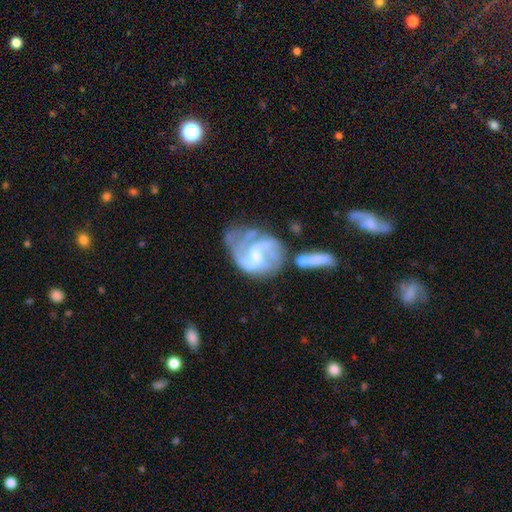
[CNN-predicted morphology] Smooth or featured: featured or disk — 85% (smooth — 9%)
Edge-on disk: no — 98% (yes — 2%)
Bar: weak — 53% (no — 27%)
Spiral arms: yes — 93% (no — 7%)
Spiral winding: medium — 47% (loose — 35%)
Spiral arm count: 2 — 63% (can't tell — 13%)
Bulge size: small — 39% (none — 32%)
Merging: none — 39% (major disturbance — 25%)